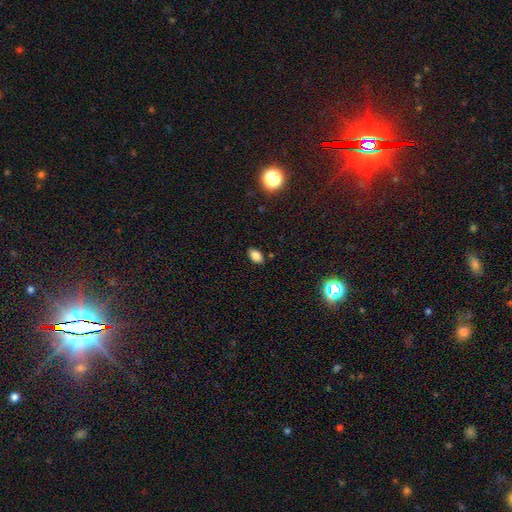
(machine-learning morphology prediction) smooth_or_featured: smooth (p=0.82) [alt: star or artifact p=0.12]
how_rounded: in between (p=0.90) [alt: round p=0.08]
merging: none (p=0.86) [alt: minor disturbance p=0.10]